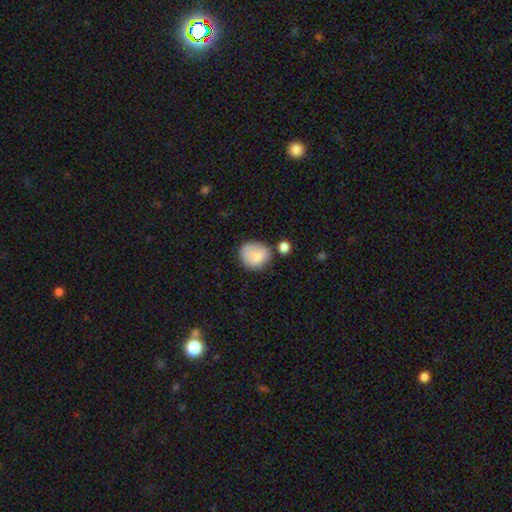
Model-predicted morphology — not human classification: Smooth or featured: smooth — 80% (featured or disk — 11%)
How rounded: round — 69% (in between — 31%)
Merging: none — 56% (minor disturbance — 24%)